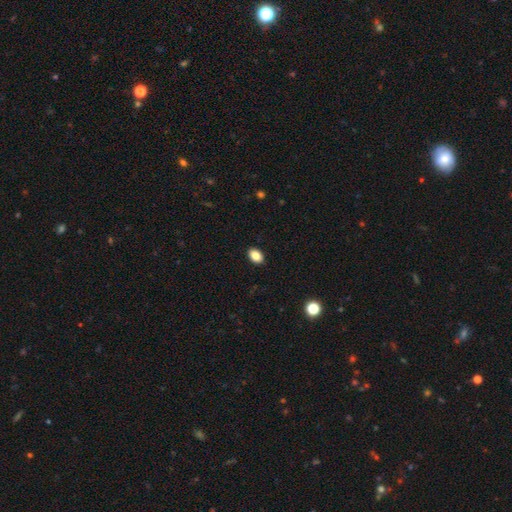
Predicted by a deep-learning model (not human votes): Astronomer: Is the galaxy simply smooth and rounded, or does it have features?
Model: smooth — 86%.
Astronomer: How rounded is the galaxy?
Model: in between — 83%.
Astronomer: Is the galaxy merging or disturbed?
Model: none — 90%.